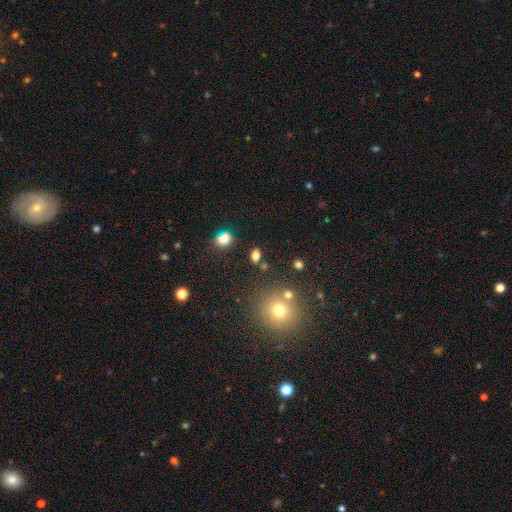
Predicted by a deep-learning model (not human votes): The model was most divided on "how rounded": in between: 70%, round: 27%, cigar-shaped: 3%. More confident: merging — none (79%); smooth or featured — smooth (74%).